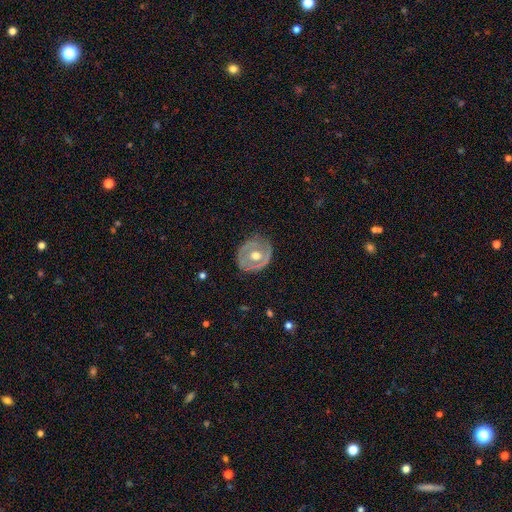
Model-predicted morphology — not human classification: featured or disk 63%, smooth 32%, star or artifact 6%. Down the decision tree: edge-on disk — no (95%); bar — no (78%); spiral arms — no (66%); bulge size — moderate (78%); merging — none (76%).